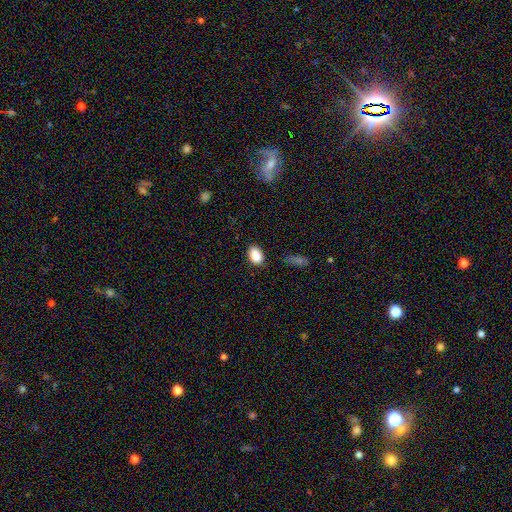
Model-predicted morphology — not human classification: Smooth or featured?
  - smooth: 88% *
  - star or artifact: 8%
  - featured or disk: 4%
How rounded?
  - in between: 85% *
  - round: 14%
  - cigar-shaped: 1%
Merging?
  - none: 83% *
  - minor disturbance: 12%
  - major disturbance: 3%
  - merger: 2%